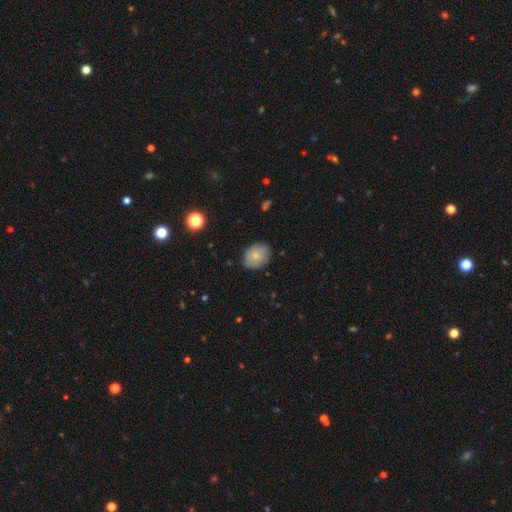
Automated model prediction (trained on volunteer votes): Smooth or featured: smooth — 74% (featured or disk — 18%)
How rounded: in between — 58% (round — 41%)
Merging: none — 83% (minor disturbance — 13%)